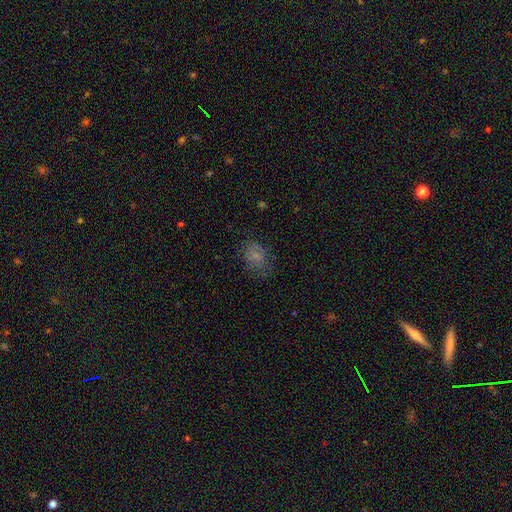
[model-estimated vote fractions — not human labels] smooth_or_featured: smooth (p=0.67) [alt: featured or disk p=0.19]
how_rounded: in between (p=0.65) [alt: round p=0.33]
merging: none (p=0.62) [alt: minor disturbance p=0.22]